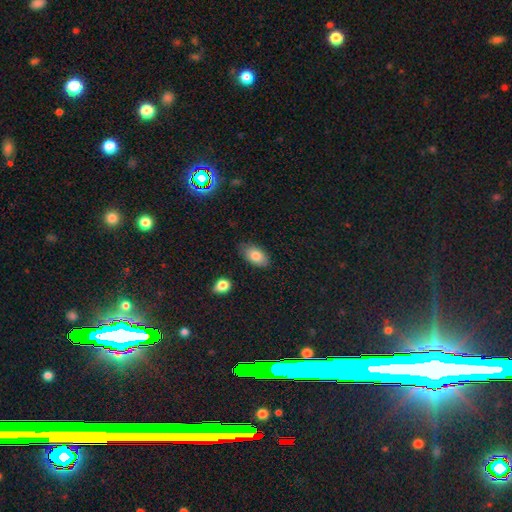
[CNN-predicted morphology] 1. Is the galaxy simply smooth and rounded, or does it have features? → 81% smooth, 11% featured or disk, 8% star or artifact.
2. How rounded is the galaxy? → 92% in between, 6% round, 2% cigar-shaped.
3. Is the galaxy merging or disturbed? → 79% none, 16% minor disturbance, 3% major disturbance, 2% merger.